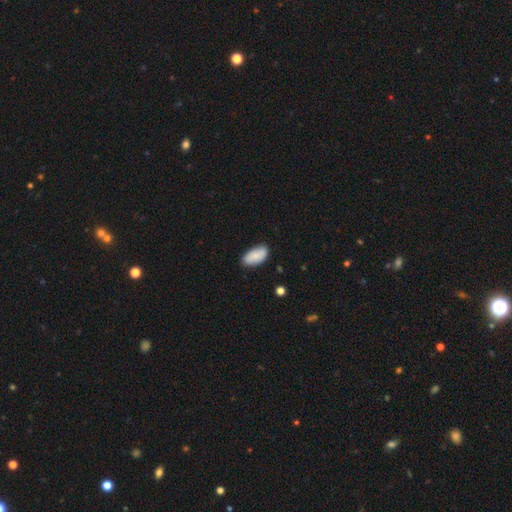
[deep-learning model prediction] The model was most divided on "merging": none: 78%, minor disturbance: 17%, major disturbance: 3%, merger: 1%. More confident: how rounded — in between (94%); smooth or featured — smooth (83%).